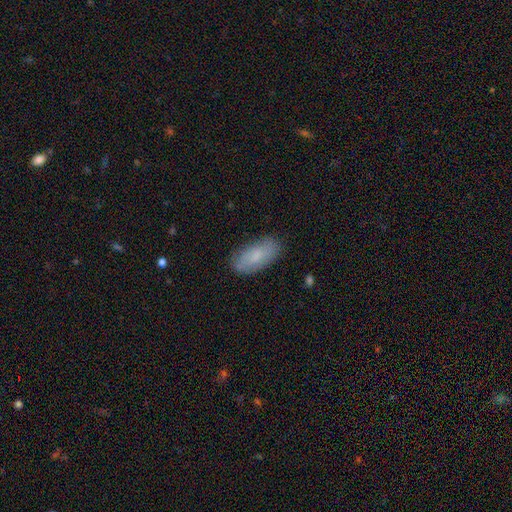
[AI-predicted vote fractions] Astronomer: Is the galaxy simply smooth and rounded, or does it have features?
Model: smooth — 77%.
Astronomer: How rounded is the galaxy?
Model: in between — 90%.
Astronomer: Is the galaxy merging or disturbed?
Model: none — 80%.